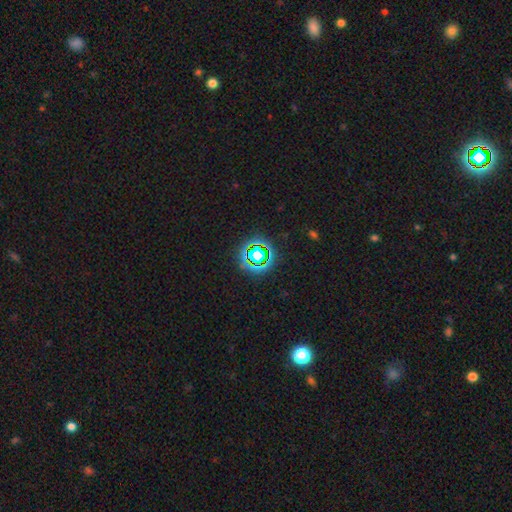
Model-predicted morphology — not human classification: smooth_or_featured: star or artifact (p=0.68) [alt: smooth p=0.20]